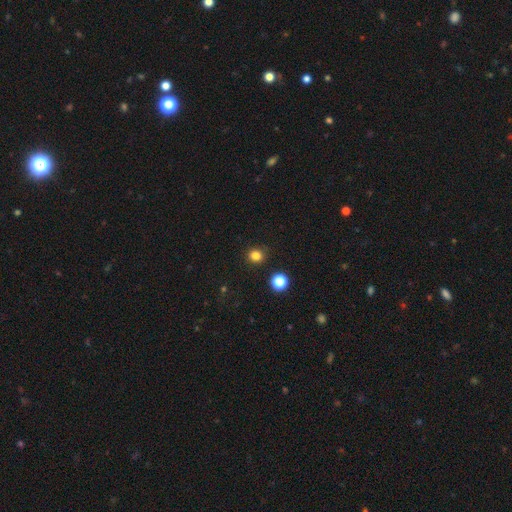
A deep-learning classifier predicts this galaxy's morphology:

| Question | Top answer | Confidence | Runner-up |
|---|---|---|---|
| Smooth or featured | smooth | 81% | star or artifact (15%) |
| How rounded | round | 86% | in between (13%) |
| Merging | none | 89% | minor disturbance (7%) |